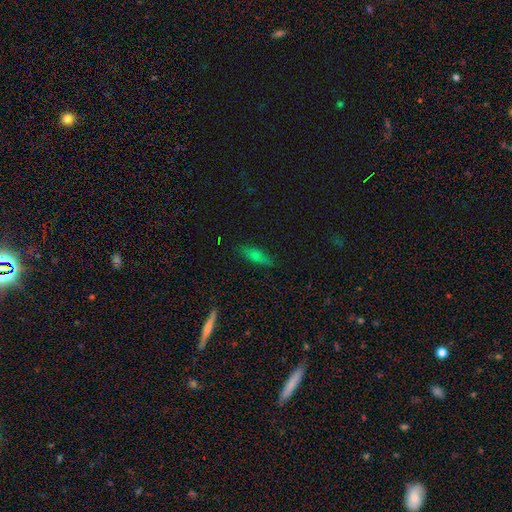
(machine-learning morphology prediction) Smooth or featured? Predicted: smooth (p=0.61). How rounded? Predicted: cigar-shaped (p=0.61). Merging? Predicted: none (p=0.83).